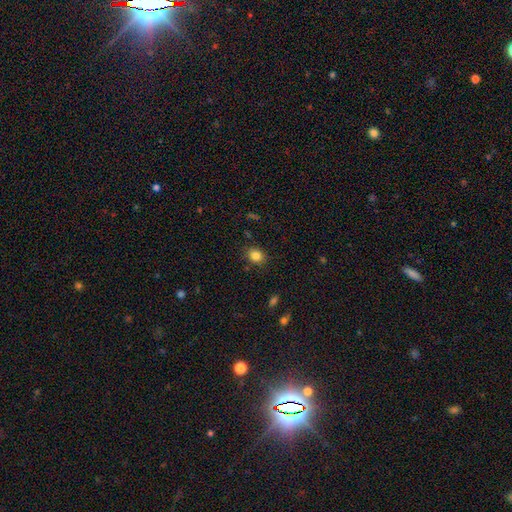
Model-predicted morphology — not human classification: Smooth or featured? Predicted: smooth (p=0.84). How rounded? Predicted: round (p=0.52). Merging? Predicted: none (p=0.83).